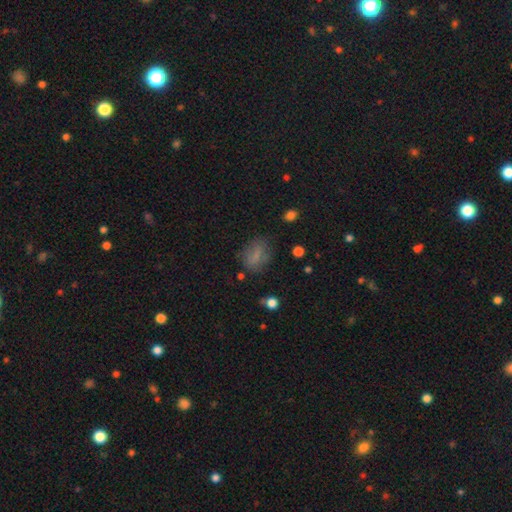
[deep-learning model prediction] This is likely a smooth galaxy (72%). How rounded: likely in between (71%). Merging: likely none (65%).